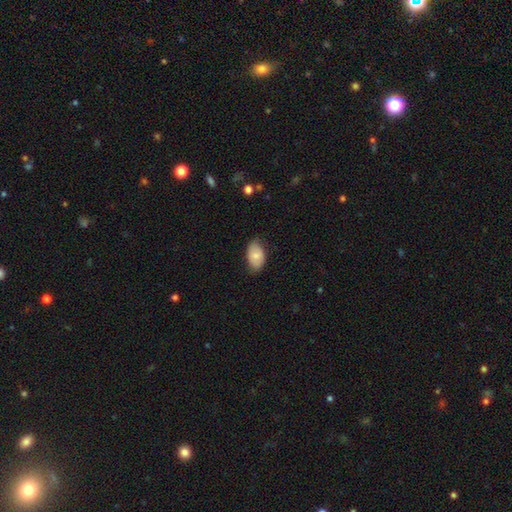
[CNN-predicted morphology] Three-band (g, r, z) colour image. It shows a smooth galaxy with no disk features (77%) that is in between round and cigar-shaped (91%). Merging: none (73%).